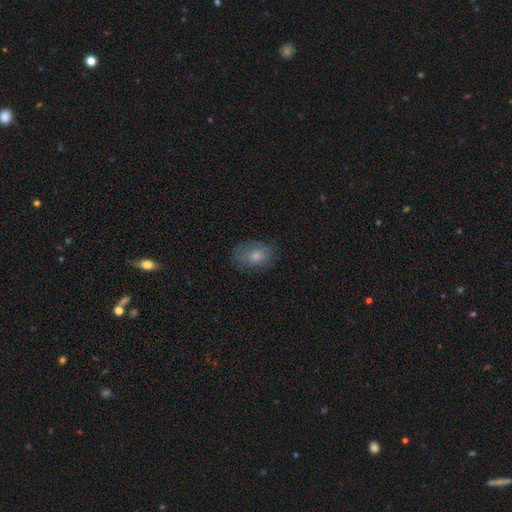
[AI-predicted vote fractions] Smooth or featured: smooth — 73% (featured or disk — 18%)
How rounded: in between — 72% (round — 26%)
Merging: none — 66% (minor disturbance — 24%)